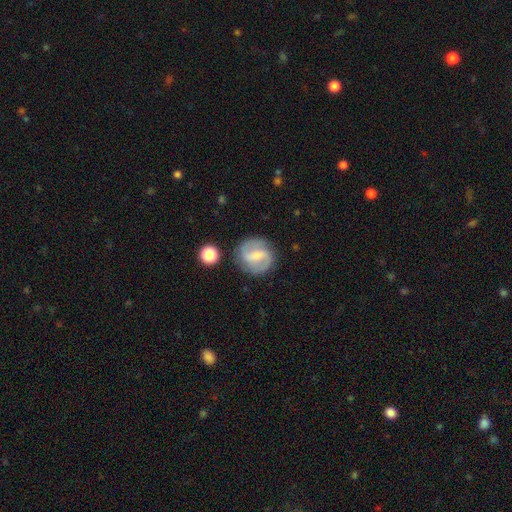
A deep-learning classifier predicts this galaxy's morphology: A featured or disk galaxy (72%) with a weak bar (45%), 2 (88%) medium (48%) spiral arms (89%) and a small central bulge (51%). Merging: none (81%).